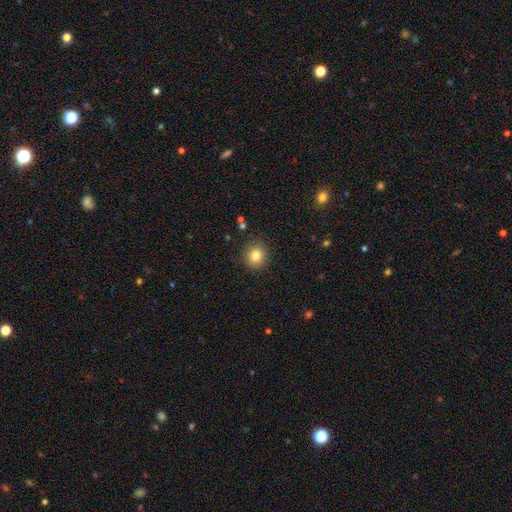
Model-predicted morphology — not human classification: A smooth galaxy with no disk features (81%) that is round (89%).

Vote fractions:
- Smooth or featured? smooth: 81% / star or artifact: 11% / featured or disk: 7%
- How rounded? round: 89% / in between: 10% / cigar-shaped: 1%
- Merging? none: 90% / minor disturbance: 7% / major disturbance: 2% / merger: 1%